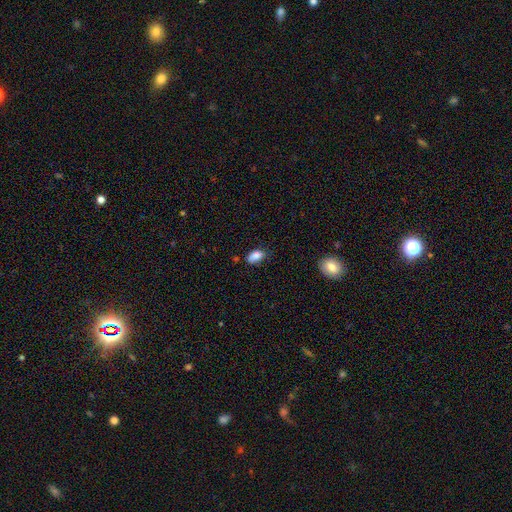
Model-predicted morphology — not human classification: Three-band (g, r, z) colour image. It shows a smooth galaxy with no disk features (83%) that is in between round and cigar-shaped (89%). Merging: none (59%).